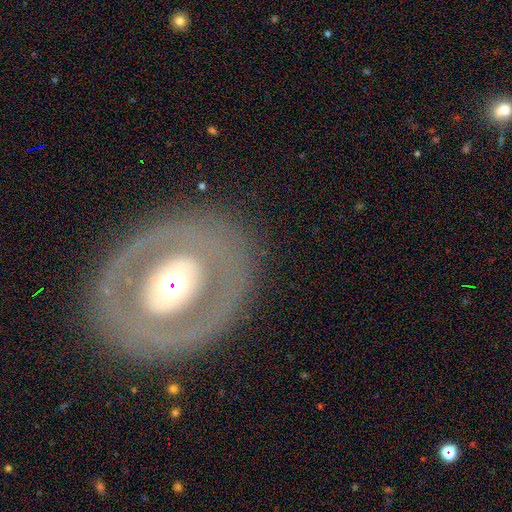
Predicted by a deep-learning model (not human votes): Smooth or featured?
  - featured or disk: 67% *
  - smooth: 27%
  - star or artifact: 7%
Edge-on disk?
  - no: 93% *
  - yes: 7%
Bar?
  - no: 75% *
  - weak: 14%
  - strong: 10%
Spiral arms?
  - no: 79% *
  - yes: 21%
Bulge size?
  - moderate: 52% *
  - large: 31%
  - small: 10%
  - dominant: 5%
  - none: 1%
Merging?
  - none: 81% *
  - minor disturbance: 11%
  - major disturbance: 7%
  - merger: 1%